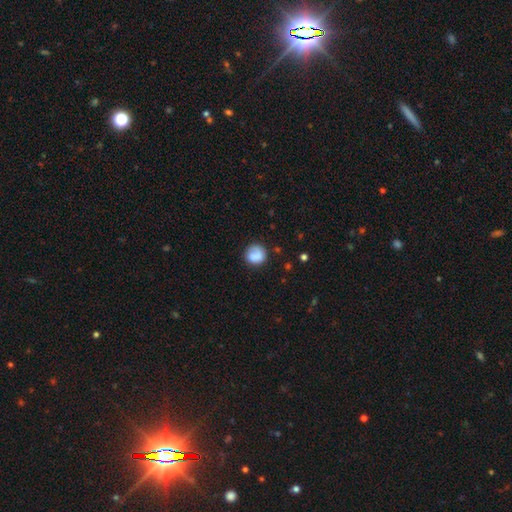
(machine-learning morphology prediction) Smooth or featured?
  - smooth: 80% *
  - featured or disk: 12%
  - star or artifact: 8%
How rounded?
  - round: 87% *
  - in between: 12%
  - cigar-shaped: 1%
Merging?
  - none: 69% *
  - minor disturbance: 19%
  - major disturbance: 8%
  - merger: 4%